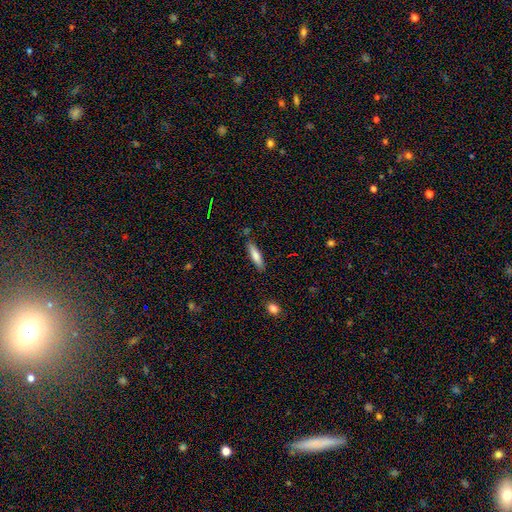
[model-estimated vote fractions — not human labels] Overall: smooth (76%). How rounded: cigar-shaped (75%). Merging: none (84%).